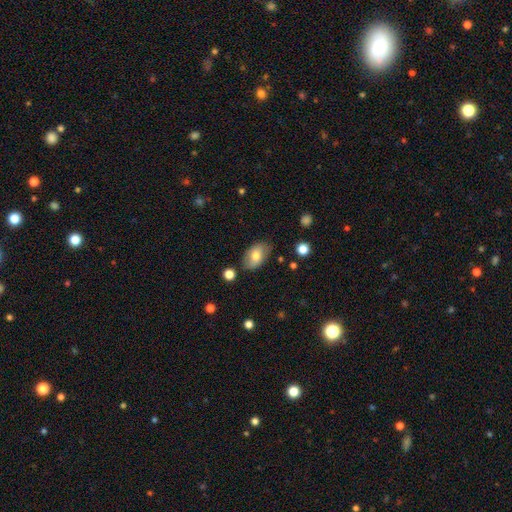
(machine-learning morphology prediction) type=smooth (72%); roundness=in between (91%); merging=none (78%).